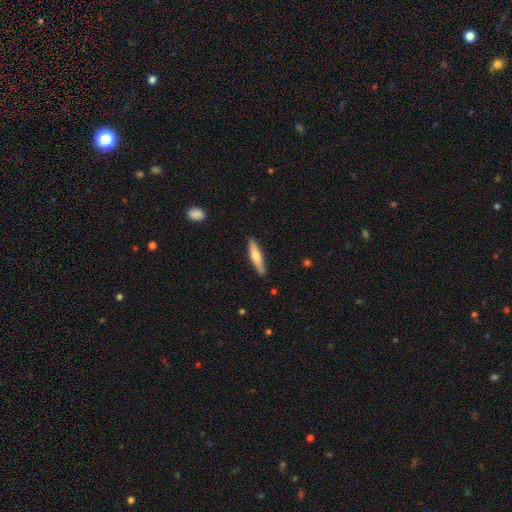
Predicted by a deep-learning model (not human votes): The model was most divided on "smooth or featured": smooth: 63%, featured or disk: 32%, star or artifact: 5%. More confident: merging — none (86%); how rounded — cigar-shaped (80%).